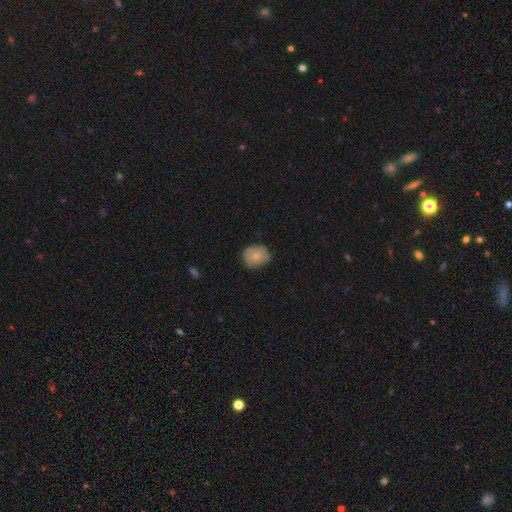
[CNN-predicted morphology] smooth 71%, featured or disk 21%, star or artifact 7%. Down the decision tree: how rounded — round (67%); merging — none (72%).